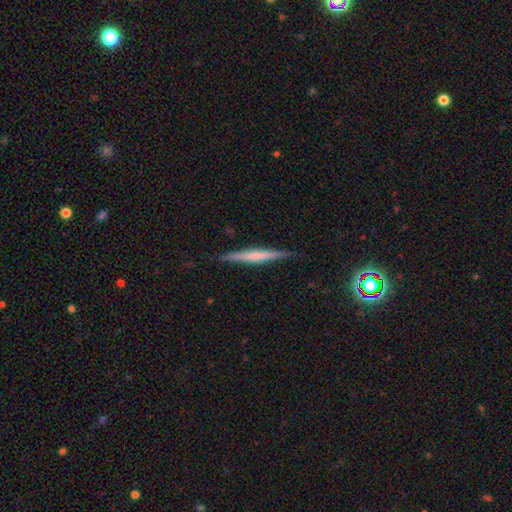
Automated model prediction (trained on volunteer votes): featured or disk 59%, smooth 35%, star or artifact 6%. Down the decision tree: edge-on disk — yes (98%); edge-on bulge — none (49%); merging — none (89%).